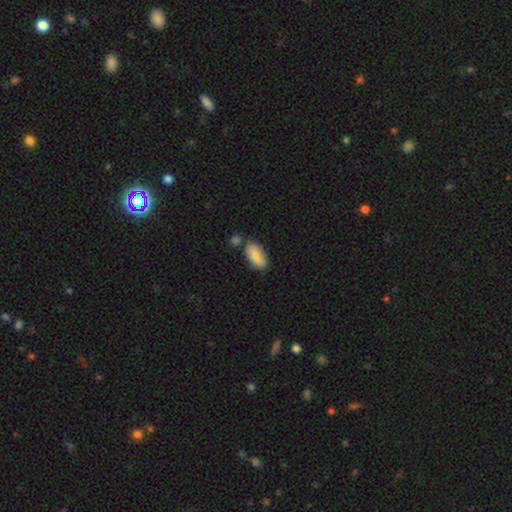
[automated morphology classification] Smooth or featured? Predicted: smooth (p=0.82). How rounded? Predicted: in between (p=0.88). Merging? Predicted: none (p=0.67).